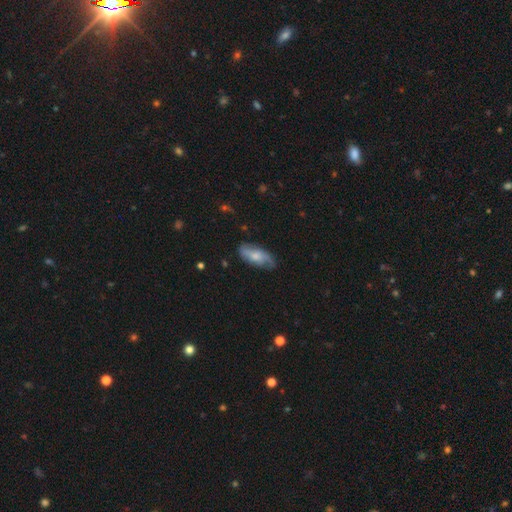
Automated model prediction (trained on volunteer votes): Overall: featured or disk (47%; smooth 46%). Merging: none (67%).